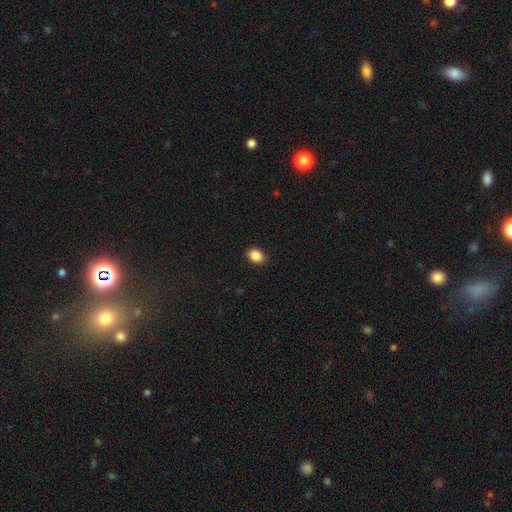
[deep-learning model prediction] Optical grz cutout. It shows a smooth galaxy with no disk features (88%) that is in between round and cigar-shaped (75%). Merging: none (89%).